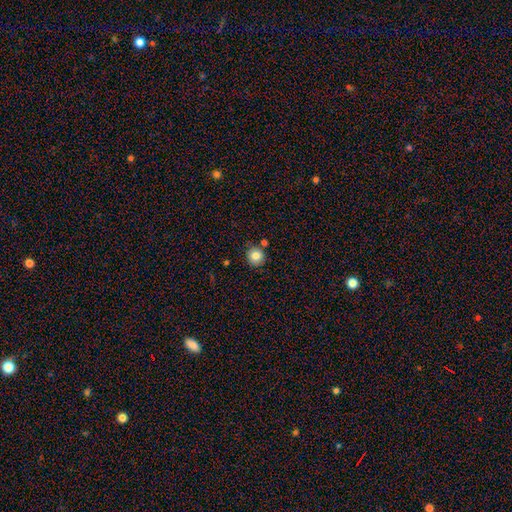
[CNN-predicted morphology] Smooth or featured? Predicted: smooth (p=0.83). How rounded? Predicted: round (p=0.91). Merging? Predicted: none (p=0.80).